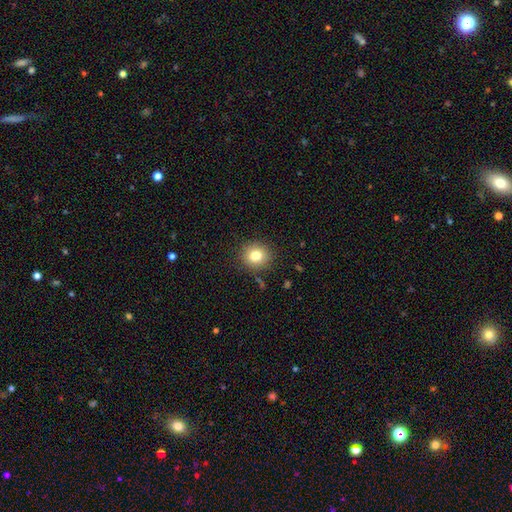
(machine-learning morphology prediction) The model was most divided on "smooth or featured": smooth: 80%, star or artifact: 12%, featured or disk: 9%. More confident: how rounded — round (89%); merging — none (88%).